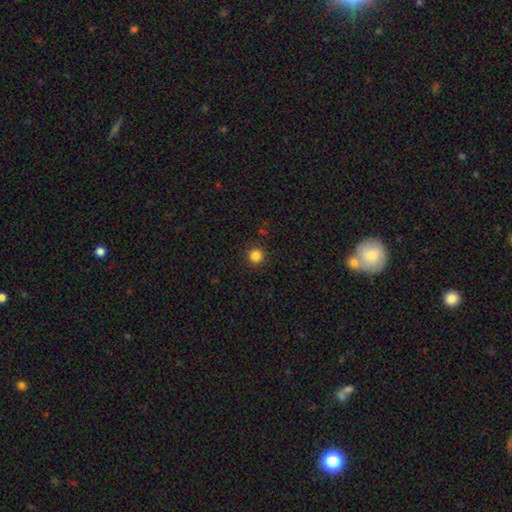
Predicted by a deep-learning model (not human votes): This appears to be a smooth galaxy with no disk features (84%) that is round (96%). Merging: none (92%).